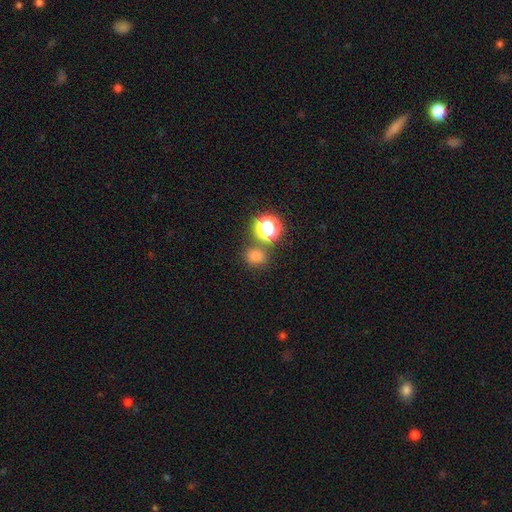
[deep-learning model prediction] smooth-or-featured: smooth: 75% | star or artifact: 20% | featured or disk: 5%
  how-rounded: round: 73% | in between: 26% | cigar-shaped: 1%
  merging: none: 74% | merger: 12% | minor disturbance: 10% | major disturbance: 4%